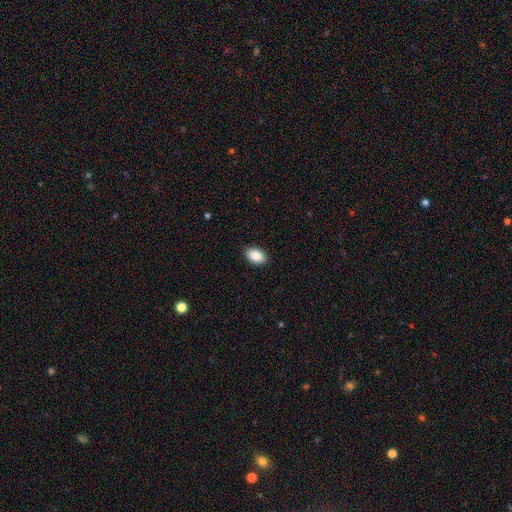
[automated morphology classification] Overall: smooth (89%). How rounded: in between (91%). Merging: none (90%).